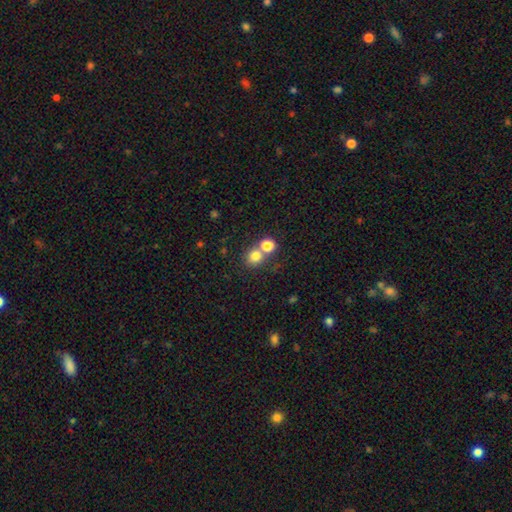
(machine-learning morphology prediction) Overall: smooth (77%). How rounded: round (81%). Merging: none (52%; merger 39%).